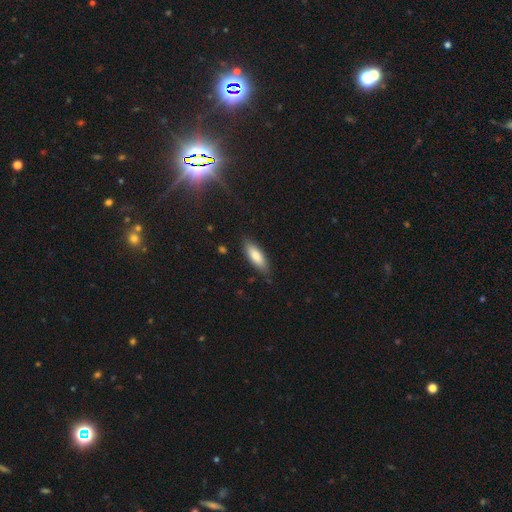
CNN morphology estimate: A smooth galaxy with no disk features (79%) that is in between round and cigar-shaped (61%).

Vote fractions:
- Smooth or featured? smooth: 79% / featured or disk: 15% / star or artifact: 6%
- How rounded? in between: 61% / cigar-shaped: 37% / round: 2%
- Merging? none: 82% / minor disturbance: 14% / major disturbance: 3% / merger: 1%